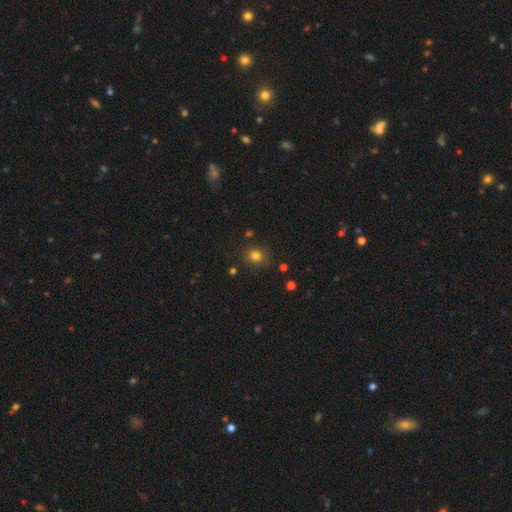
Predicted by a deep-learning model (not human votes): Smooth or featured?
  - smooth: 78% *
  - star or artifact: 16%
  - featured or disk: 6%
How rounded?
  - round: 75% *
  - in between: 24%
  - cigar-shaped: 1%
Merging?
  - none: 80% *
  - minor disturbance: 13%
  - major disturbance: 4%
  - merger: 3%